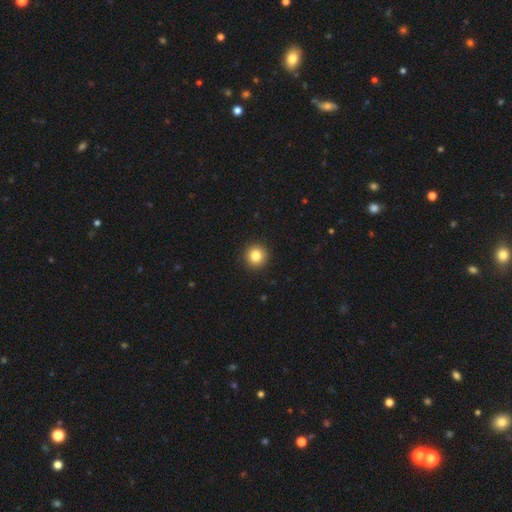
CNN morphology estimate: Q: Smooth or featured?
A: smooth (84%); runner-up: star or artifact (10%)
Q: How rounded?
A: round (95%); runner-up: in between (4%)
Q: Merging?
A: none (93%); runner-up: minor disturbance (4%)